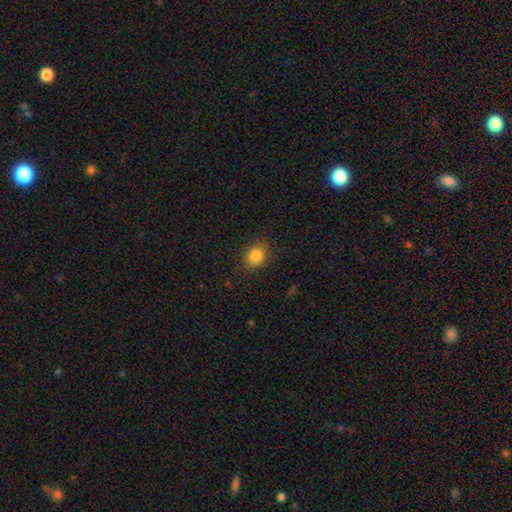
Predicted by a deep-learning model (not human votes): A smooth galaxy with no disk features (85%) that is round (56%). Merging: none (86%).